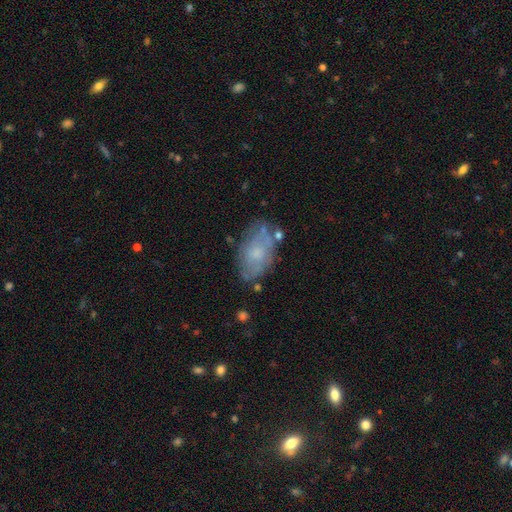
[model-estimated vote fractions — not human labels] Smooth or featured? featured or disk (44%, tied with smooth)
Merging? none (69%)